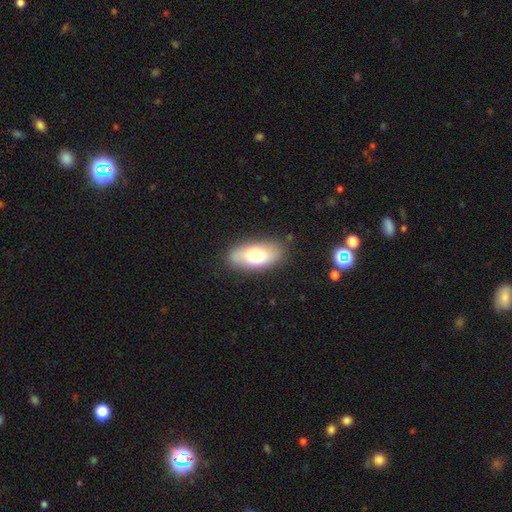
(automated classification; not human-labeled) smooth_or_featured: smooth (p=0.72) [alt: featured or disk p=0.22]
how_rounded: in between (p=0.92) [alt: cigar-shaped p=0.05]
merging: none (p=0.78) [alt: minor disturbance p=0.16]